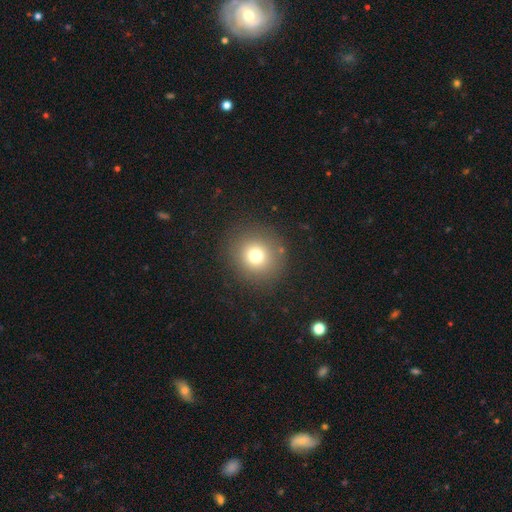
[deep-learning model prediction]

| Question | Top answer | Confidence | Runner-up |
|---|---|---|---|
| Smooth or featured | smooth | 74% | star or artifact (15%) |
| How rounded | round | 91% | in between (8%) |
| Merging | none | 88% | minor disturbance (7%) |